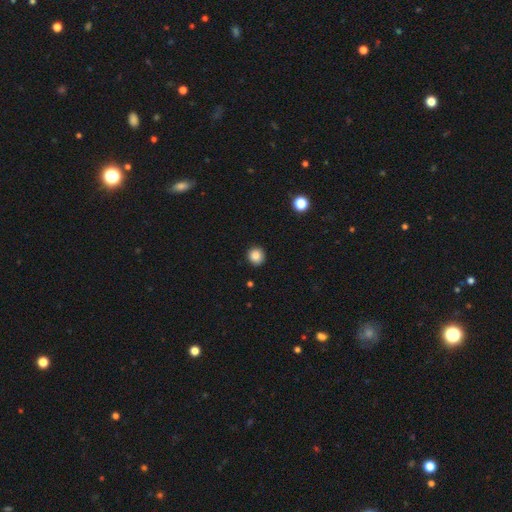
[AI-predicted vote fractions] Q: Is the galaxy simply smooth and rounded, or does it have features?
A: smooth — 85%.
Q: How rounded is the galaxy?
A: round — 92%.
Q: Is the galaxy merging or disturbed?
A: none — 92%.